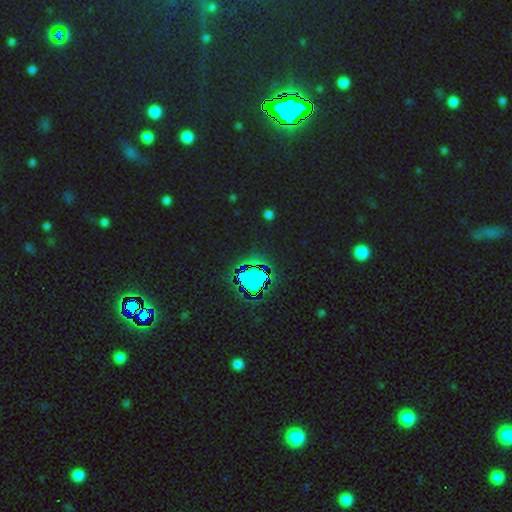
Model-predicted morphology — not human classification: Smooth or featured? Predicted: star or artifact (p=0.83).